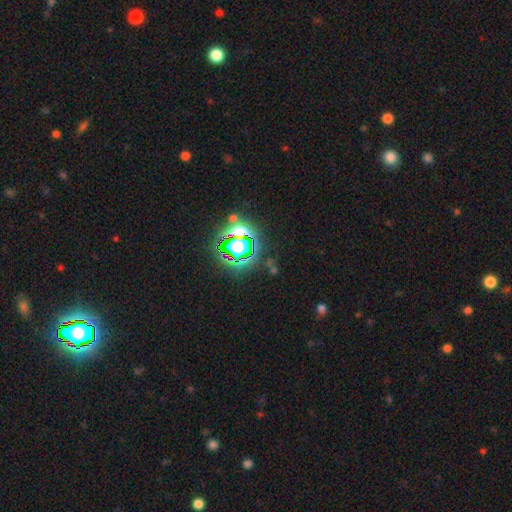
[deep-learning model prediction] Smooth or featured? Predicted: star or artifact (p=0.80).